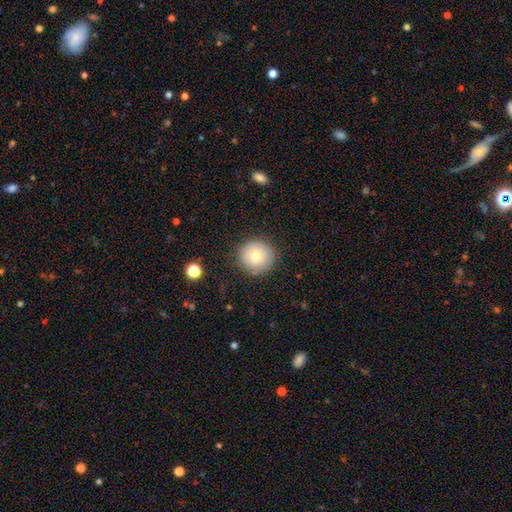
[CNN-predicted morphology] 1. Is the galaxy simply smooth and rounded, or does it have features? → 74% smooth, 16% featured or disk, 10% star or artifact.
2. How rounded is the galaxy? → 93% round, 6% in between, 1% cigar-shaped.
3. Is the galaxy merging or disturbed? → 85% none, 11% minor disturbance, 3% major disturbance, 1% merger.